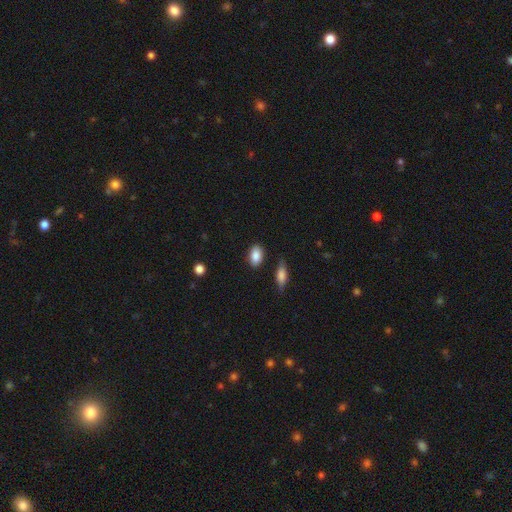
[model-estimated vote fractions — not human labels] Smooth or featured? Predicted: smooth (p=0.88). How rounded? Predicted: in between (p=0.86). Merging? Predicted: none (p=0.82).